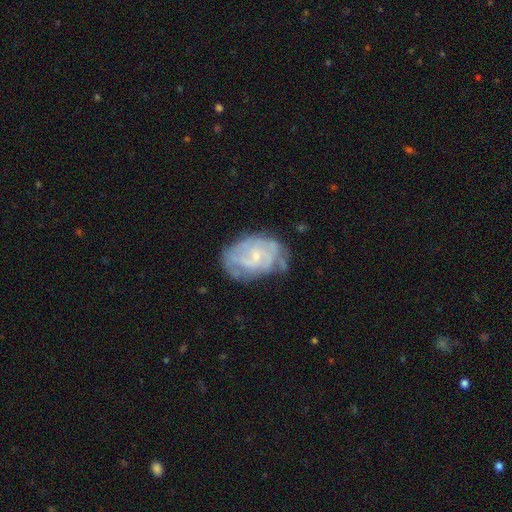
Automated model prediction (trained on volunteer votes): smooth_or_featured: featured or disk (p=0.72) [alt: smooth p=0.21]
disk_edge_on: no (p=0.97) [alt: yes p=0.03]
bar: no (p=0.58) [alt: weak p=0.36]
has_spiral_arms: yes (p=0.78) [alt: no p=0.22]
spiral_winding: tight (p=0.58) [alt: medium p=0.31]
spiral_arm_count: can't tell (p=0.50) [alt: 2 p=0.25]
bulge_size: small (p=0.70) [alt: moderate p=0.23]
merging: none (p=0.59) [alt: minor disturbance p=0.27]